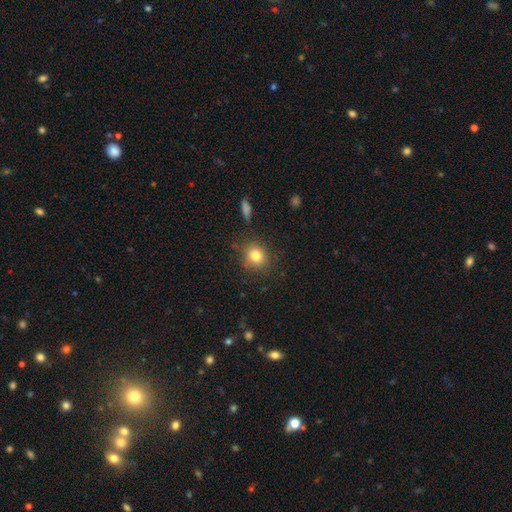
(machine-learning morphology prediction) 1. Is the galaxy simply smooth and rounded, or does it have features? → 81% smooth, 11% star or artifact, 8% featured or disk.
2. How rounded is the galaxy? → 77% round, 22% in between, 1% cigar-shaped.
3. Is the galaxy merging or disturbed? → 81% none, 13% minor disturbance, 4% major disturbance, 3% merger.